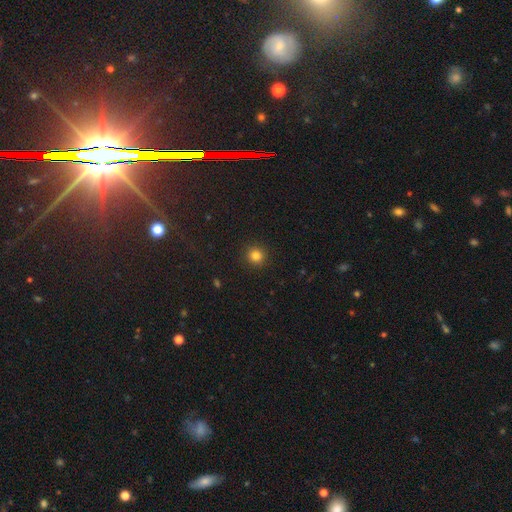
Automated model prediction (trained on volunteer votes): Overall: smooth (82%). How rounded: round (94%). Merging: none (92%).